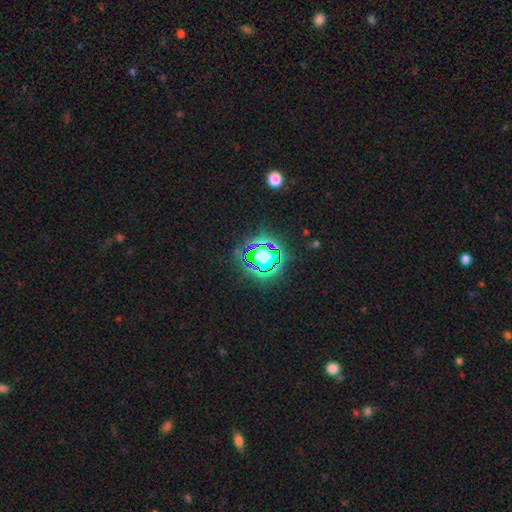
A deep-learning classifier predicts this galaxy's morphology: Smooth or featured: star or artifact — 78% (smooth — 14%)